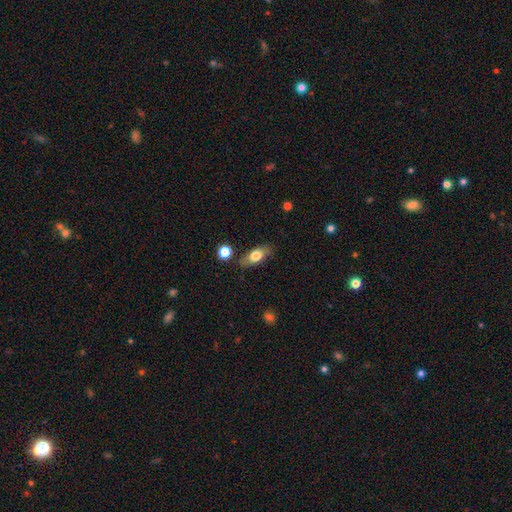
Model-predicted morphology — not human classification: A smooth galaxy with no disk features (72%) that is in between round and cigar-shaped (78%).

Vote fractions:
- Smooth or featured? smooth: 72% / featured or disk: 21% / star or artifact: 7%
- How rounded? in between: 78% / cigar-shaped: 16% / round: 6%
- Merging? none: 77% / minor disturbance: 16% / major disturbance: 4% / merger: 3%